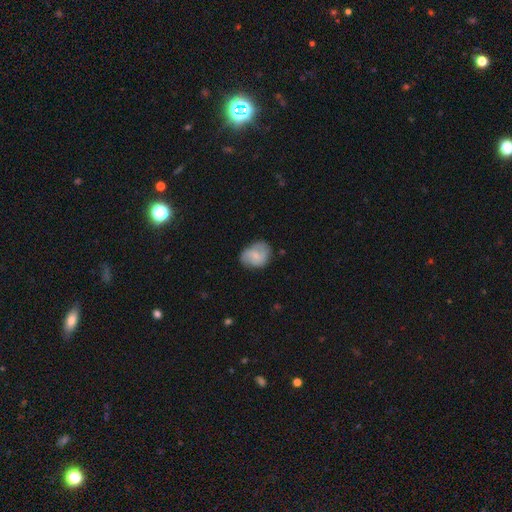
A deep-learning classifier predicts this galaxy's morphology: smooth_or_featured: smooth (p=0.68) [alt: featured or disk p=0.25]
how_rounded: in between (p=0.61) [alt: round p=0.38]
merging: none (p=0.61) [alt: minor disturbance p=0.29]